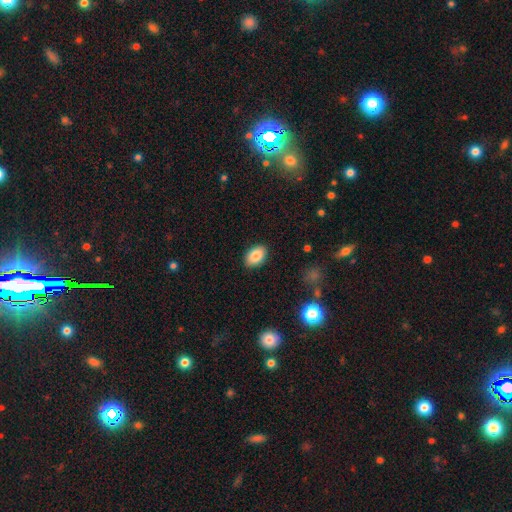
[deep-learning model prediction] smooth 85%, star or artifact 7%, featured or disk 7%. Down the decision tree: how rounded — in between (90%); merging — none (89%).